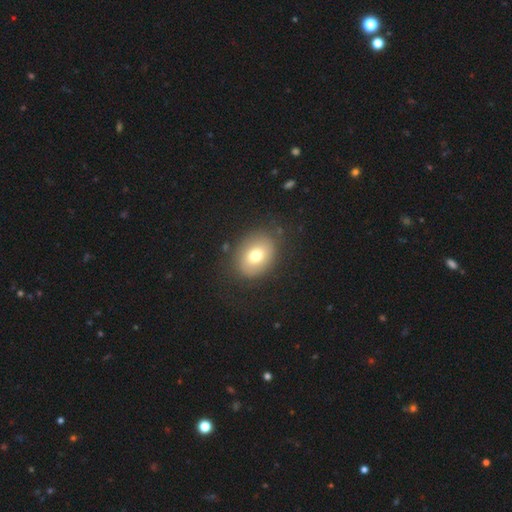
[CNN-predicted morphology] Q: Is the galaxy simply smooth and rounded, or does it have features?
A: smooth — 72%.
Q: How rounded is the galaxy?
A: in between — 60%.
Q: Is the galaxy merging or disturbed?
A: none — 82%.